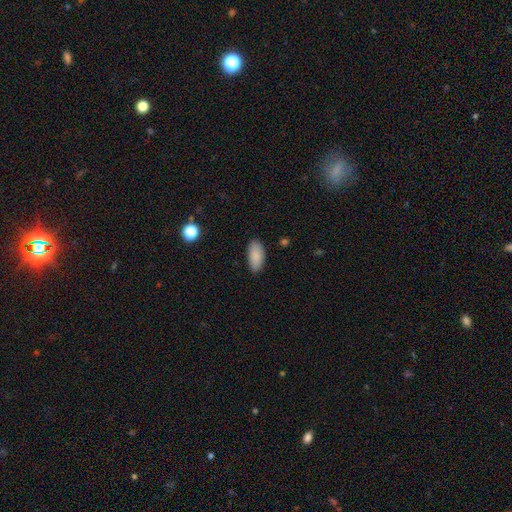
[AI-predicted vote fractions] Morphology: type=smooth (88%); roundness=in between (91%); merging=none (86%).